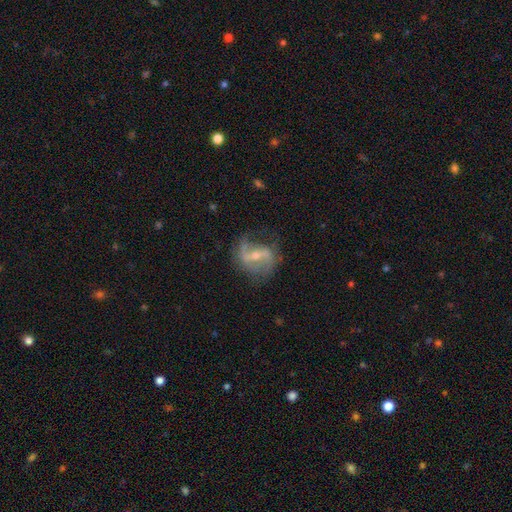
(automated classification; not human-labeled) Smooth or featured? featured or disk (83%)
Edge-on disk? no (96%)
Bar? weak (43%)
Spiral arms? yes (91%)
Spiral winding? loose (50%)
Spiral arm count? 2 (83%)
Bulge size? small (50%)
Merging? none (66%)